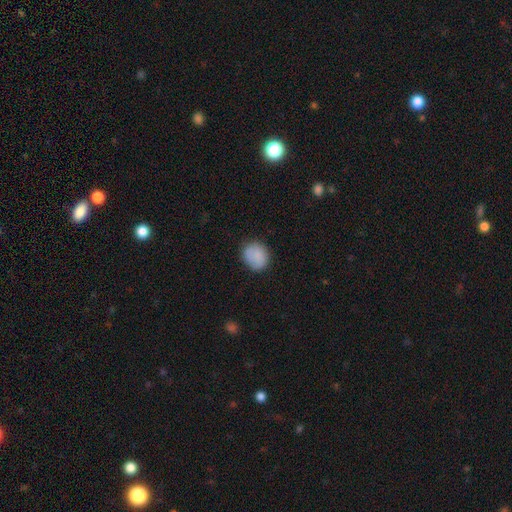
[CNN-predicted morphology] smooth_or_featured: smooth (p=0.84) [alt: featured or disk p=0.08]
how_rounded: round (p=0.70) [alt: in between p=0.29]
merging: none (p=0.78) [alt: minor disturbance p=0.17]